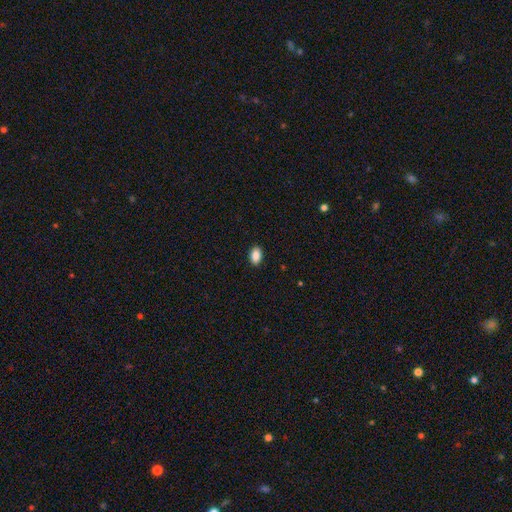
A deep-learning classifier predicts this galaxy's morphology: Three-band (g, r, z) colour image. It shows a smooth galaxy with no disk features (88%) that is in between round and cigar-shaped (91%). Merging: none (90%).